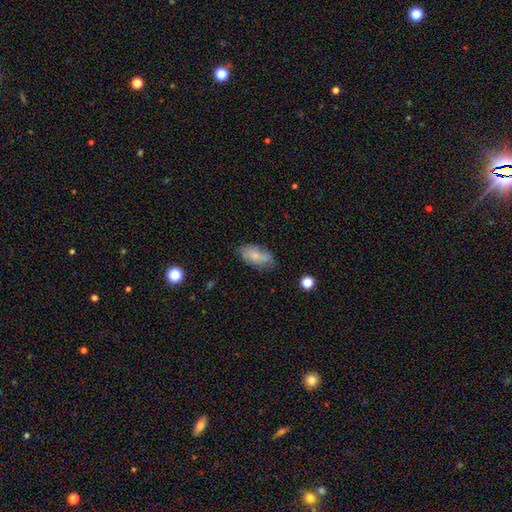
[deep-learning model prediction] Smooth or featured?
  - smooth: 75% *
  - featured or disk: 18%
  - star or artifact: 8%
How rounded?
  - in between: 90% *
  - cigar-shaped: 7%
  - round: 3%
Merging?
  - none: 70% *
  - minor disturbance: 21%
  - major disturbance: 5%
  - merger: 4%